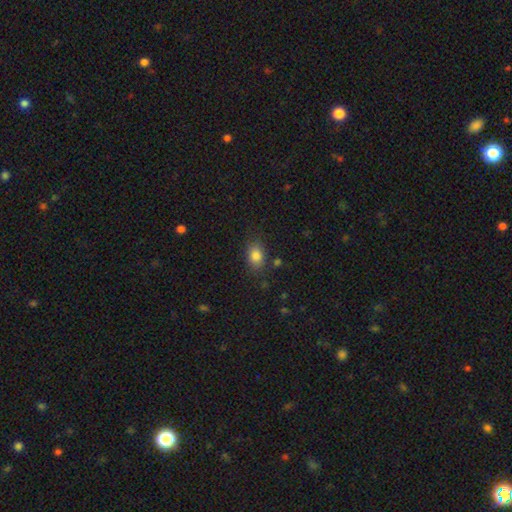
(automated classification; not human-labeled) smooth 83%, star or artifact 10%, featured or disk 7%. Down the decision tree: how rounded — in between (76%); merging — none (80%).